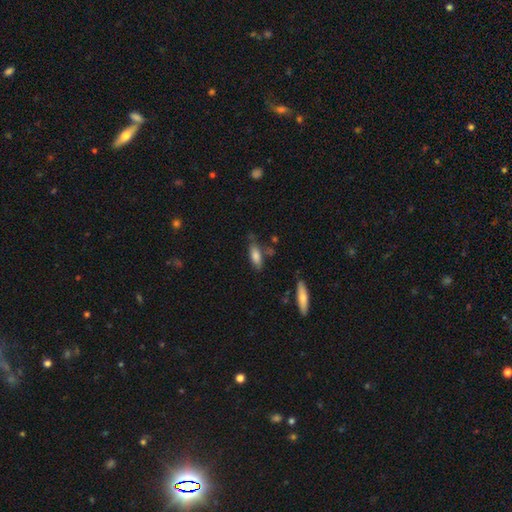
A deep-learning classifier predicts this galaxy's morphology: smooth 80%, featured or disk 13%, star or artifact 7%. Down the decision tree: how rounded — in between (69%); merging — none (64%).